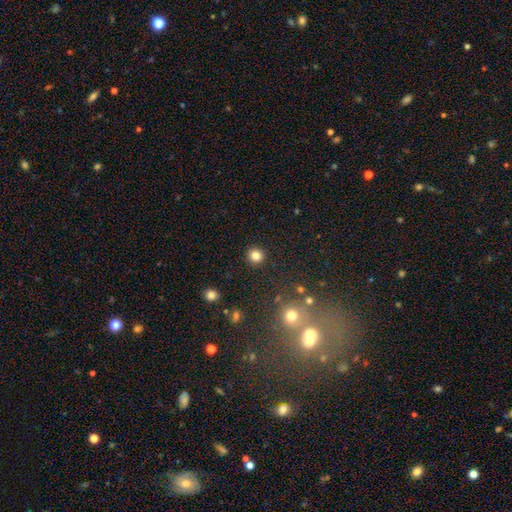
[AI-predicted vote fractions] A smooth galaxy with no disk features (82%) that is round (93%). Merging: none (92%).